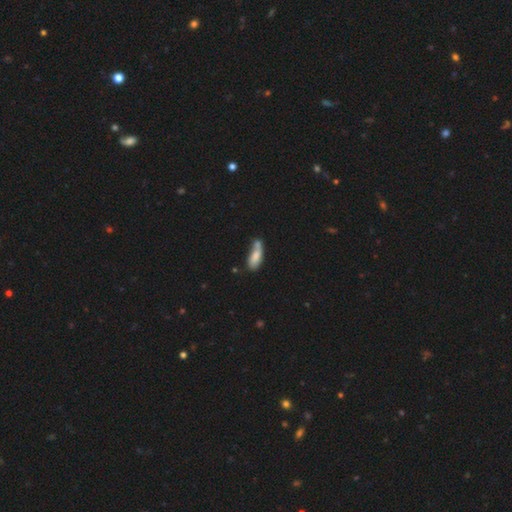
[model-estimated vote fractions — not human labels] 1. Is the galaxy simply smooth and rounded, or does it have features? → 75% smooth, 17% featured or disk, 8% star or artifact.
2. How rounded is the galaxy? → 68% in between, 29% cigar-shaped, 3% round.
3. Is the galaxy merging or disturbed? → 38% merger, 33% none, 20% minor disturbance, 9% major disturbance.